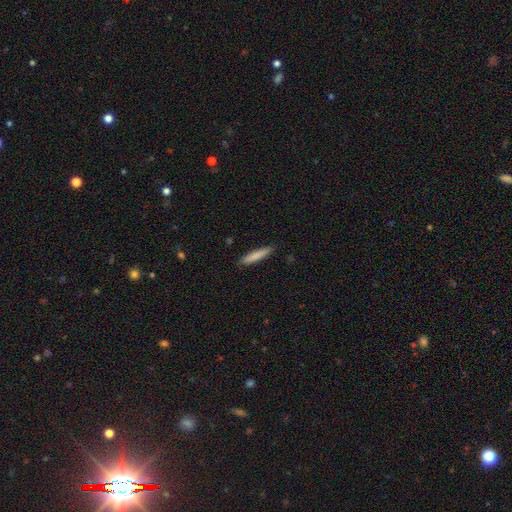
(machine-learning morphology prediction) smooth_or_featured: smooth (p=0.80) [alt: featured or disk p=0.14]
how_rounded: cigar-shaped (p=0.92) [alt: in between p=0.07]
merging: none (p=0.89) [alt: minor disturbance p=0.08]